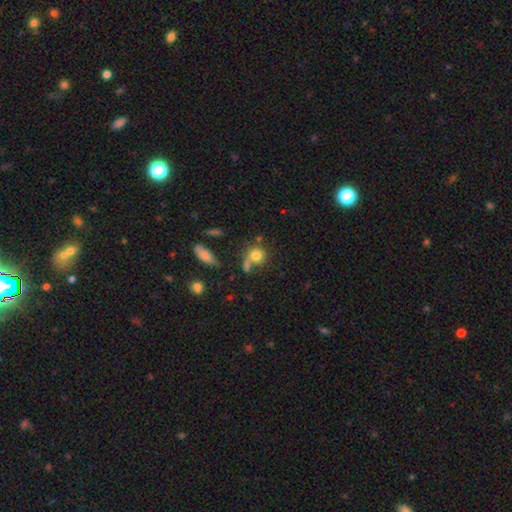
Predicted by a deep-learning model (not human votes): A smooth galaxy with no disk features (79%) that is round (82%). Merging: none (54%).